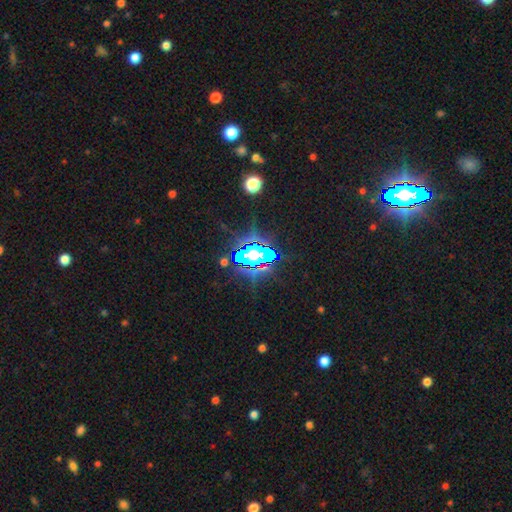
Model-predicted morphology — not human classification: A star or artifact, not a galaxy (78%).